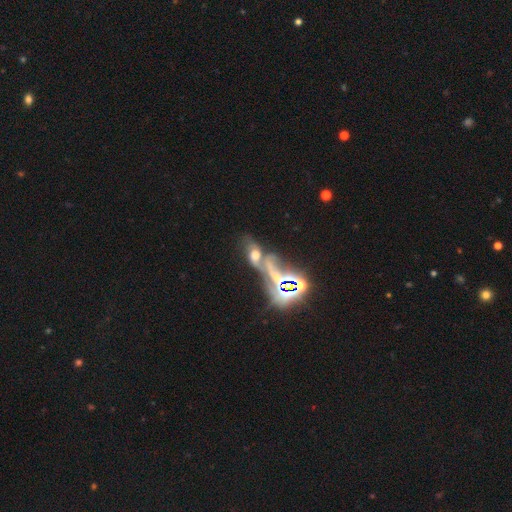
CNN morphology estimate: Smooth or featured? star or artifact (38%)